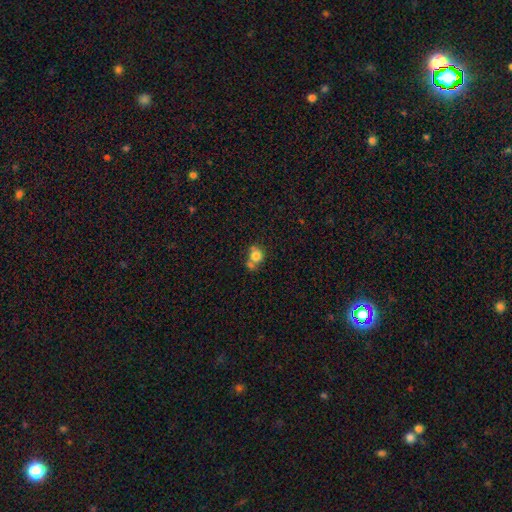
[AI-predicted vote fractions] This is likely a smooth galaxy (76%). How rounded: likely round (78%). Merging: marginally none (42%).